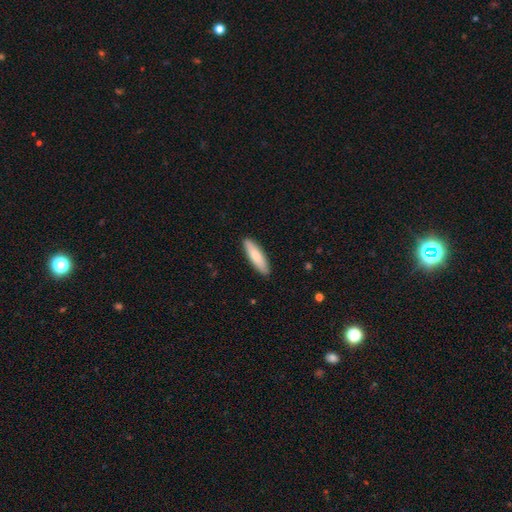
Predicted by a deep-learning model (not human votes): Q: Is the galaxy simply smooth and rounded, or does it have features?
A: smooth — 77%.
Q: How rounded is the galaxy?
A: cigar-shaped — 69%.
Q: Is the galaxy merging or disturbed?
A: none — 90%.